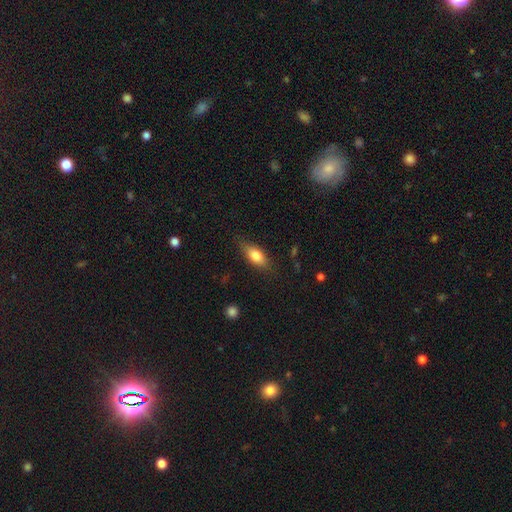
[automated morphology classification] Smooth or featured?
  - smooth: 77% *
  - featured or disk: 16%
  - star or artifact: 7%
How rounded?
  - in between: 80% *
  - cigar-shaped: 16%
  - round: 5%
Merging?
  - none: 79% *
  - minor disturbance: 16%
  - major disturbance: 4%
  - merger: 1%